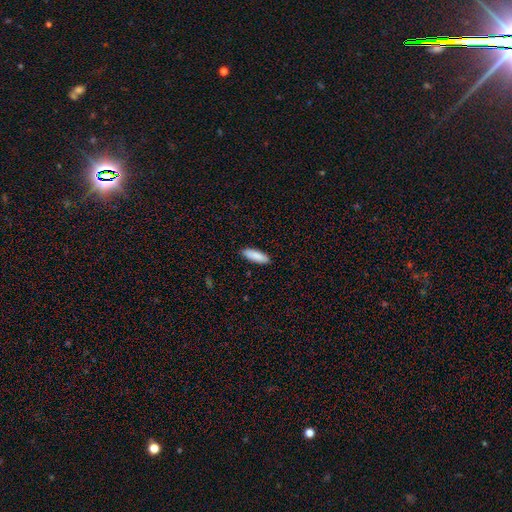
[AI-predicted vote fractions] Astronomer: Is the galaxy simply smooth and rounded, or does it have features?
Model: smooth — 89%.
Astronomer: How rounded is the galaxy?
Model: in between — 52% (runner-up: cigar-shaped, 46%).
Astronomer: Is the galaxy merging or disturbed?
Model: none — 90%.